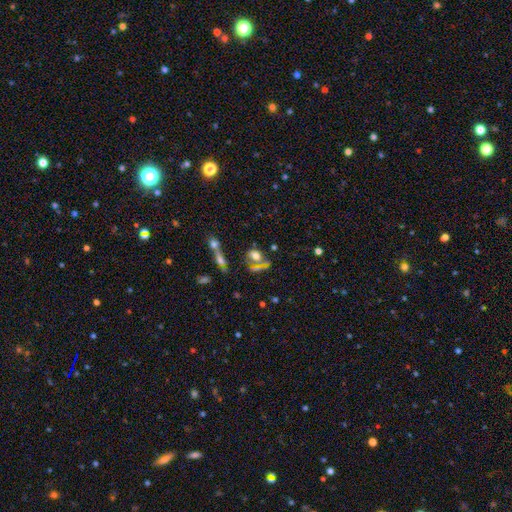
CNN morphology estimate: Smooth or featured?
  - smooth: 58% *
  - featured or disk: 27%
  - star or artifact: 16%
How rounded?
  - in between: 70% *
  - round: 26%
  - cigar-shaped: 4%
Merging?
  - merger: 38% *
  - none: 30%
  - major disturbance: 17%
  - minor disturbance: 14%